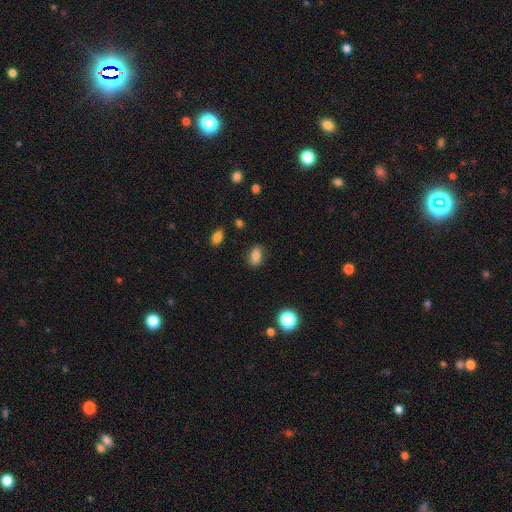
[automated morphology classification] Smooth or featured? smooth (79%)
How rounded? in between (85%)
Merging? none (81%)